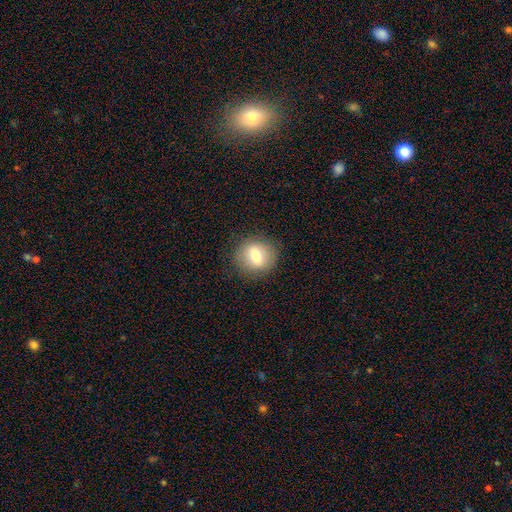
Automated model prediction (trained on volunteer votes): Smooth or featured: smooth — 69% (featured or disk — 22%)
How rounded: round — 83% (in between — 16%)
Merging: none — 86% (minor disturbance — 9%)